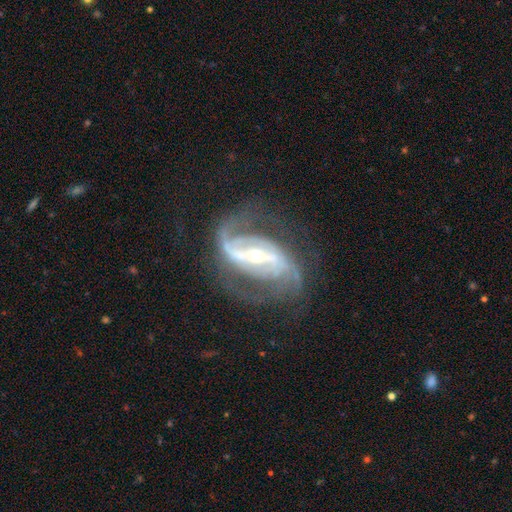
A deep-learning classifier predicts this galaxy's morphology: This appears to be a featured or disk galaxy (91%) with a strong bar (62%), 2 (70%) medium (48%) spiral arms (97%) and a small central bulge (56%). Merging: none (62%).